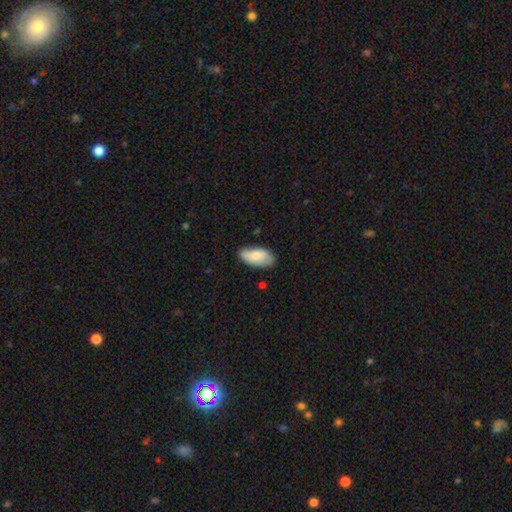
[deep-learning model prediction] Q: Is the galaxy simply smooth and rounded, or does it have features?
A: smooth — 77%.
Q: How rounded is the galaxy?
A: in between — 93%.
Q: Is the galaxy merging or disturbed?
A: none — 73%.